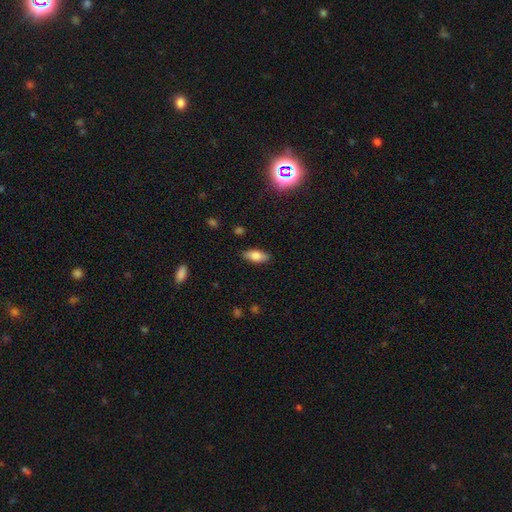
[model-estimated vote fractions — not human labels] Overall: smooth (79%). How rounded: in between (81%). Merging: none (86%).